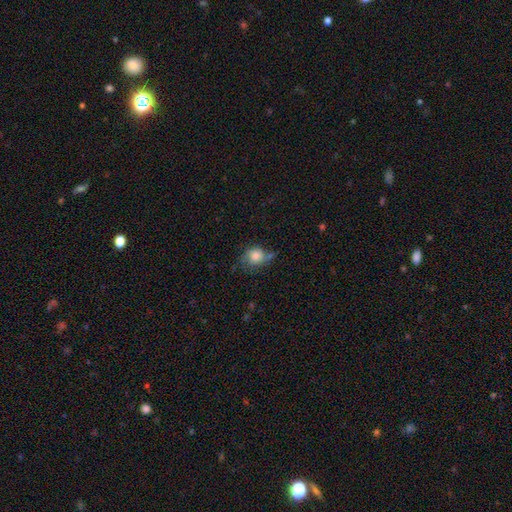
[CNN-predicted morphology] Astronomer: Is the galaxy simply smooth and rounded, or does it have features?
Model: smooth — 66%.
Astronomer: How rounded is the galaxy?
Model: round — 68%.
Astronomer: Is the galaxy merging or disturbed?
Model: none — 45% (runner-up: minor disturbance, 31%).